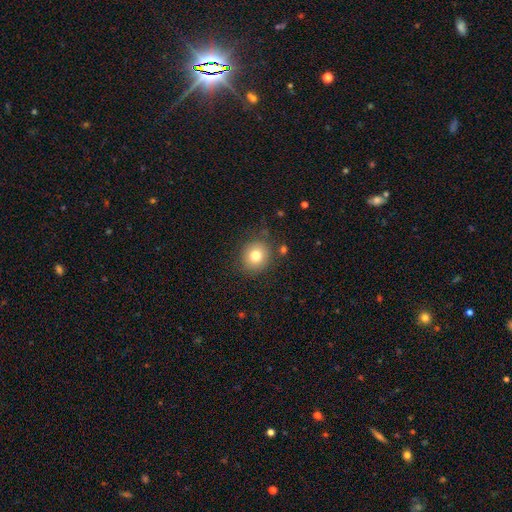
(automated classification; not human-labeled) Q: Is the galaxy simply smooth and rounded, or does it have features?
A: smooth — 79%.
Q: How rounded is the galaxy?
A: round — 80%.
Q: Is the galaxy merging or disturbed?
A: none — 84%.